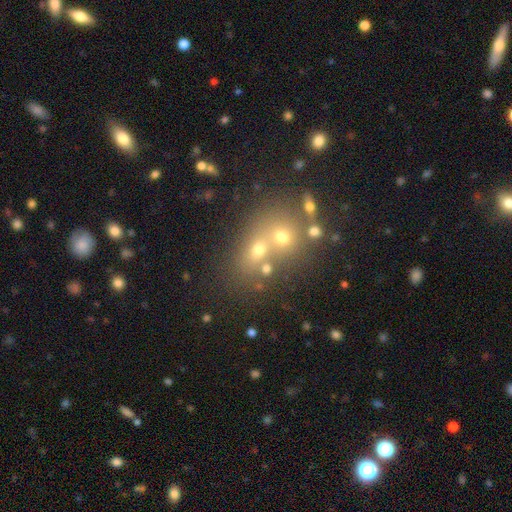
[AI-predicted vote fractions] smooth-or-featured: smooth: 56% | star or artifact: 22% | featured or disk: 22%
  how-rounded: round: 56% | in between: 41% | cigar-shaped: 3%
  merging: merger: 54% | none: 35% | minor disturbance: 7% | major disturbance: 4%